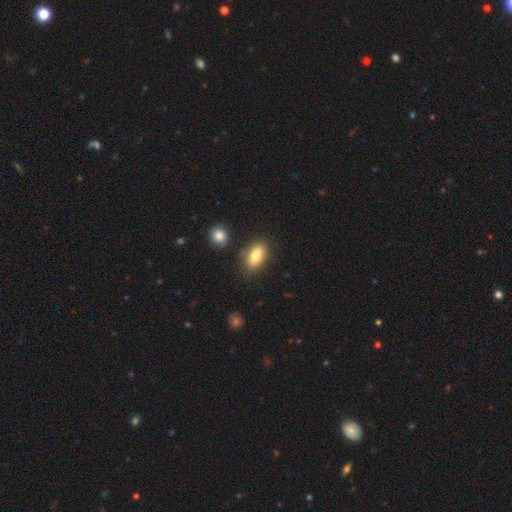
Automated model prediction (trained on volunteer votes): Smooth or featured? Predicted: smooth (p=0.82). How rounded? Predicted: in between (p=0.88). Merging? Predicted: none (p=0.79).